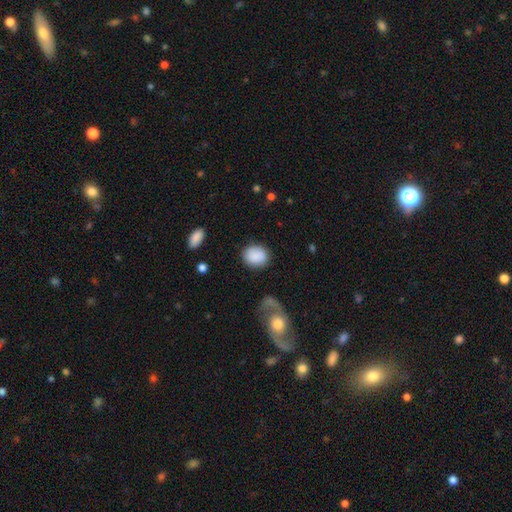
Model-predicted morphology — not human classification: Smooth or featured? Predicted: smooth (p=0.87). How rounded? Predicted: round (p=0.55). Merging? Predicted: none (p=0.80).